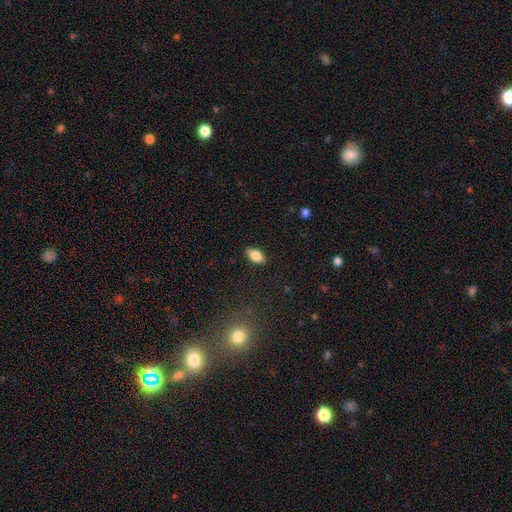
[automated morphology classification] The model was most divided on "smooth or featured": smooth: 85%, star or artifact: 8%, featured or disk: 7%. More confident: how rounded — in between (92%); merging — none (87%).